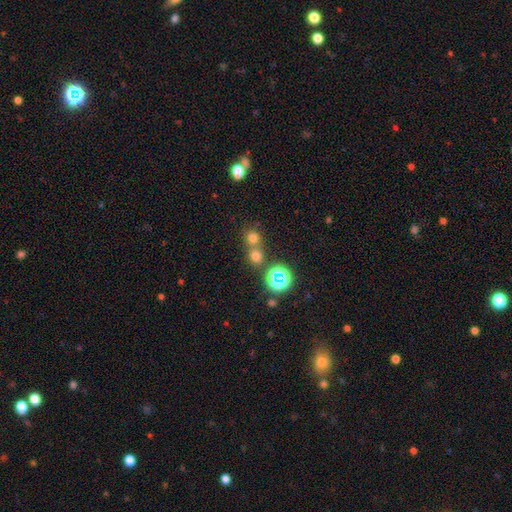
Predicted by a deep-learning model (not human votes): Overall: smooth (65%; star or artifact 28%). How rounded: round (83%). Merging: none (55%; merger 36%).